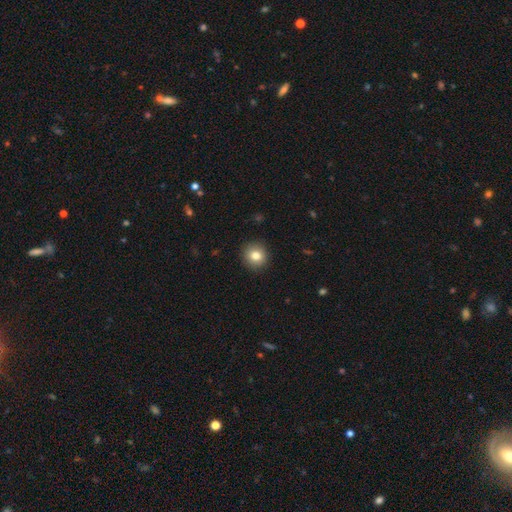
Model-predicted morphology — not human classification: A smooth galaxy with no disk features (82%) that is round (91%). Merging: none (92%).